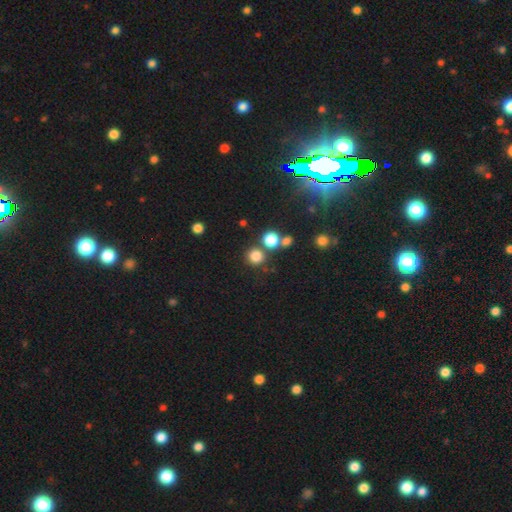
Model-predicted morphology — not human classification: smooth 79%, star or artifact 16%, featured or disk 5%. Down the decision tree: how rounded — round (91%); merging — none (74%).